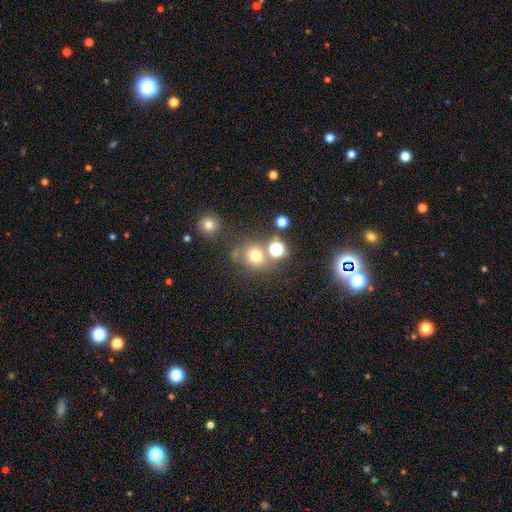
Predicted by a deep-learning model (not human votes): A smooth galaxy with no disk features (70%) that is round (86%). Merging: none (67%).